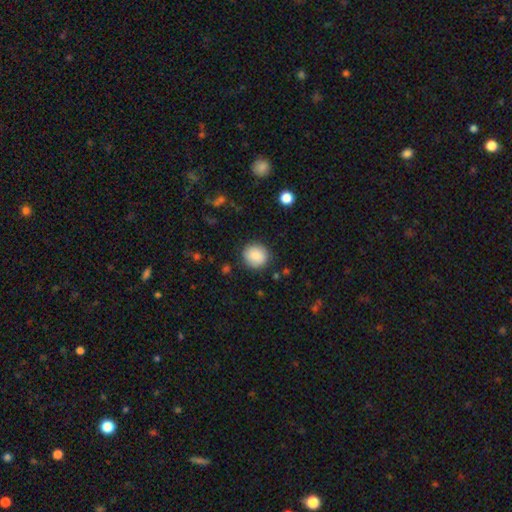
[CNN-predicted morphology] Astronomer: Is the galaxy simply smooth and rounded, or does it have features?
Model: smooth — 88%.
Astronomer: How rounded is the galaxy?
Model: round — 85%.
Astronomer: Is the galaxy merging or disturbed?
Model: none — 87%.